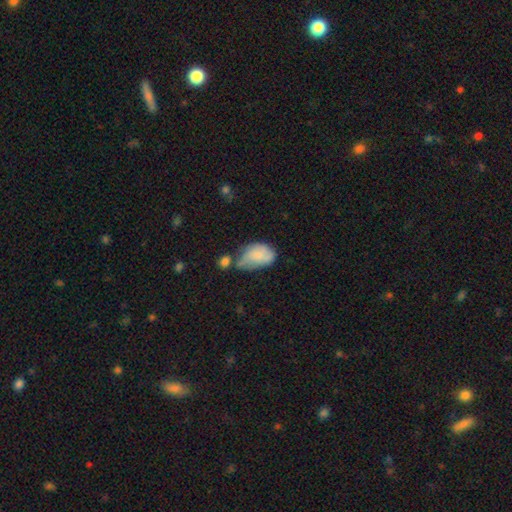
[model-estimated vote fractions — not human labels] smooth_or_featured: smooth (p=0.69) [alt: featured or disk p=0.24]
how_rounded: in between (p=0.89) [alt: round p=0.09]
merging: minor disturbance (p=0.34) [alt: none p=0.23]